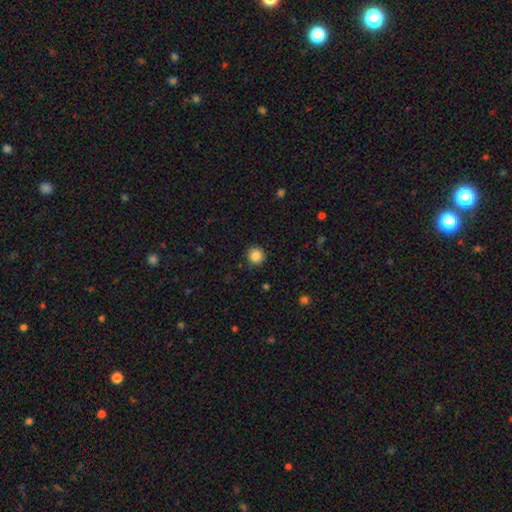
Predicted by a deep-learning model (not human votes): smooth 86%, star or artifact 10%, featured or disk 4%. Down the decision tree: how rounded — round (94%); merging — none (91%).